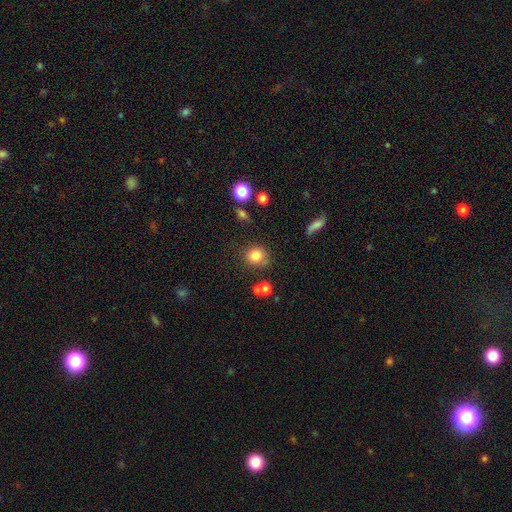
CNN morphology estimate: Smooth or featured? smooth (82%)
How rounded? round (83%)
Merging? none (74%)